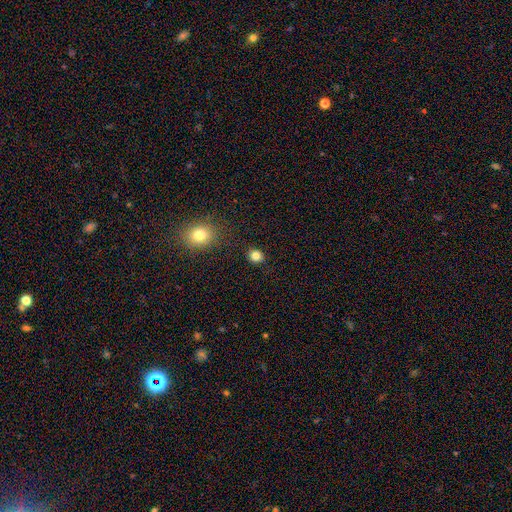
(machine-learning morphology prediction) This appears to be a smooth galaxy with no disk features (83%) that is round (79%). Merging: none (89%).